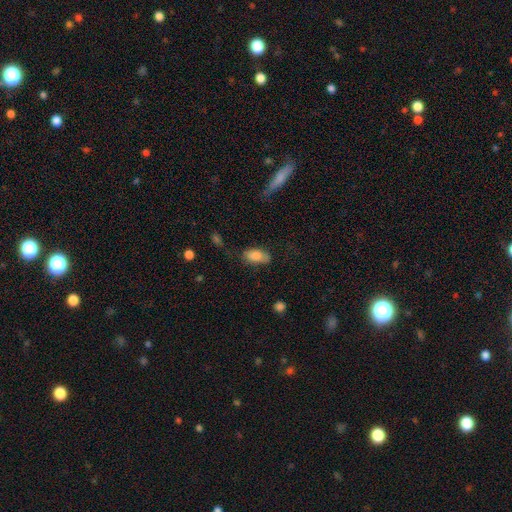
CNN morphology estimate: smooth_or_featured: smooth (p=0.83) [alt: featured or disk p=0.10]
how_rounded: in between (p=0.91) [alt: cigar-shaped p=0.05]
merging: none (p=0.64) [alt: minor disturbance p=0.25]